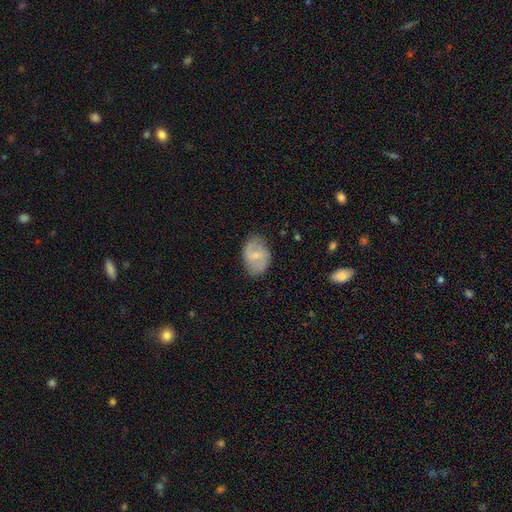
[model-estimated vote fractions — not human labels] Overall: featured or disk (54%; smooth 39%). Edge-on disk: no (96%). Bar: weak (55%; no 28%). Spiral arms: yes (75%). Bulge size: small (61%; moderate 30%). Merging: none (74%).